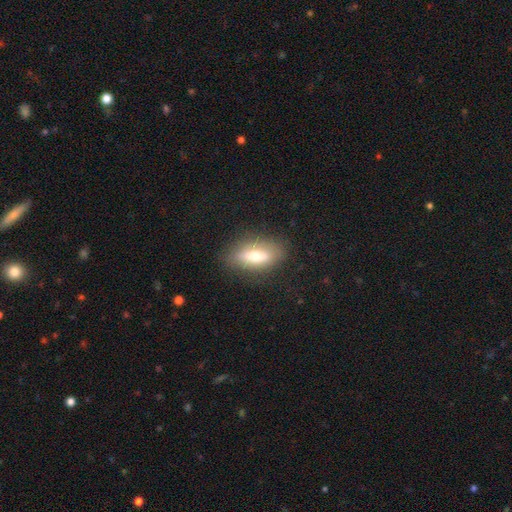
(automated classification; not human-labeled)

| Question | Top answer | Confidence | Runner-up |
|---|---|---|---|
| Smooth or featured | smooth | 57% | featured or disk (35%) |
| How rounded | in between | 78% | cigar-shaped (16%) |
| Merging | none | 82% | minor disturbance (13%) |